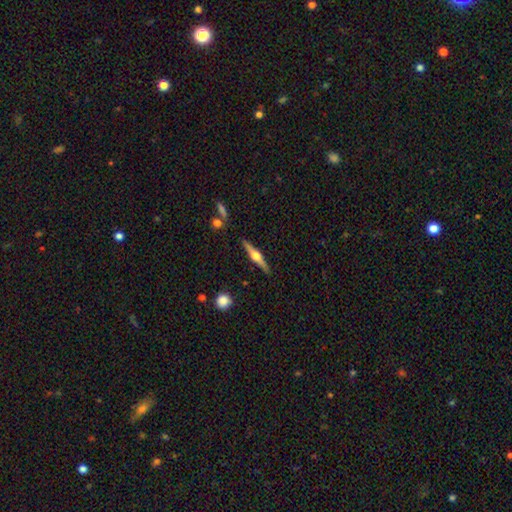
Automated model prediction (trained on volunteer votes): This appears to be a featured or disk galaxy (74%) viewed edge-on (98%) with a rounded central bulge (94%). Merging: none (89%).